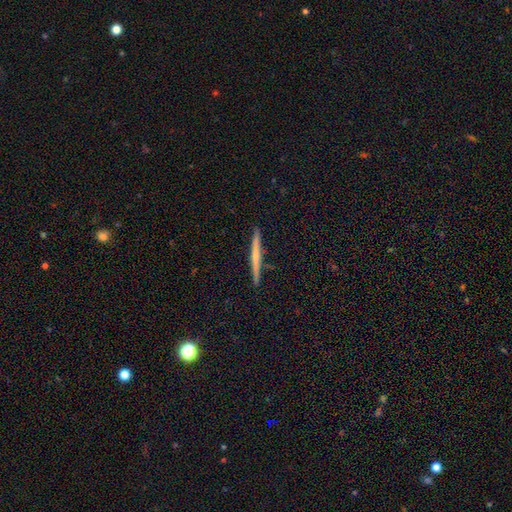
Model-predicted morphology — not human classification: This appears to be a featured or disk galaxy (53%) viewed edge-on (98%) with no central bulge (60%). Merging: none (92%).